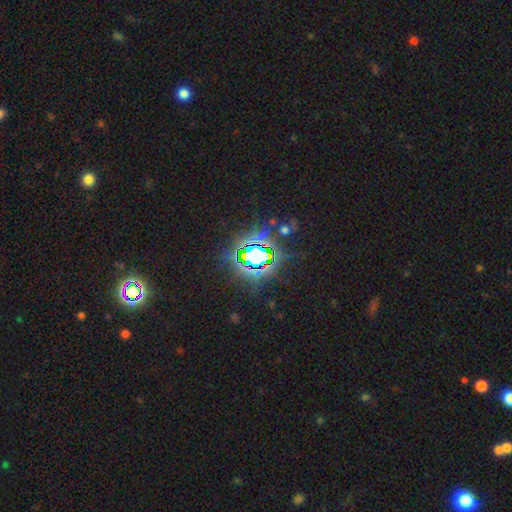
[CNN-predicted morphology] Q: Smooth or featured?
A: star or artifact (79%); runner-up: smooth (11%)